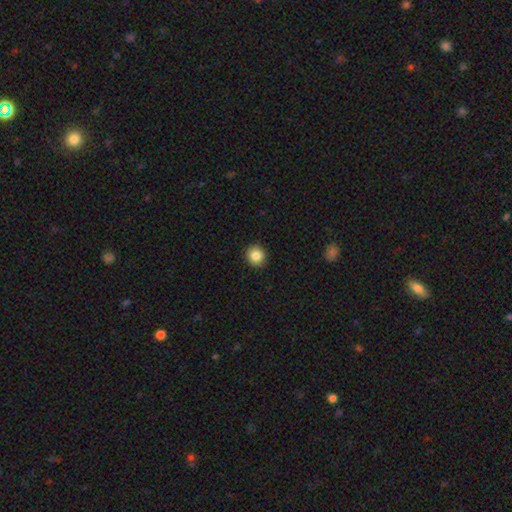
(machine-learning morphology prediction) smooth 86%, star or artifact 10%, featured or disk 5%. Down the decision tree: how rounded — round (91%); merging — none (93%).